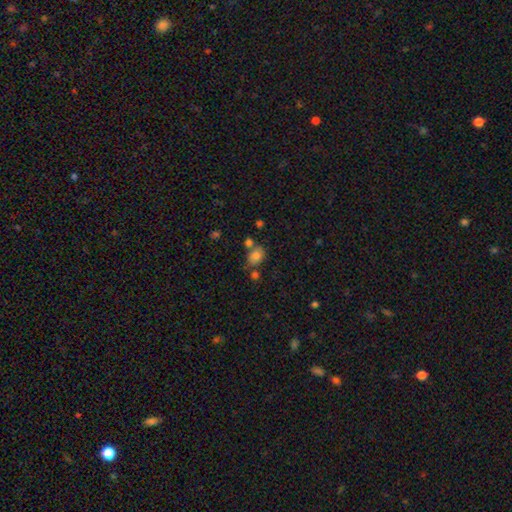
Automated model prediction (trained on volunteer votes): A smooth galaxy with no disk features (81%) that is in between round and cigar-shaped (69%).

Vote fractions:
- Smooth or featured? smooth: 81% / star or artifact: 11% / featured or disk: 8%
- How rounded? in between: 69% / round: 29% / cigar-shaped: 1%
- Merging? none: 53% / merger: 23% / minor disturbance: 17% / major disturbance: 6%